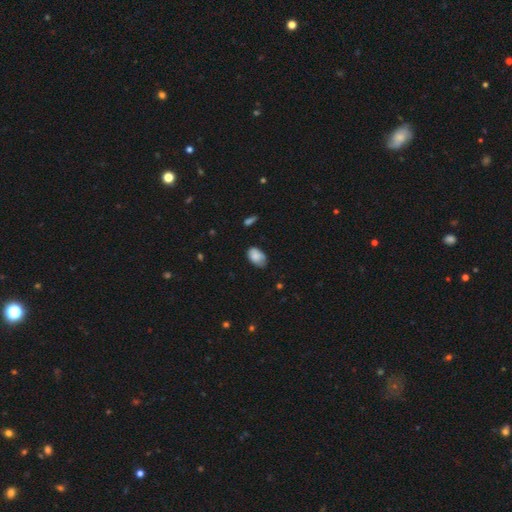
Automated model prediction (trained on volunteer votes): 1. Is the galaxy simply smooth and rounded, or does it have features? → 83% smooth, 9% featured or disk, 8% star or artifact.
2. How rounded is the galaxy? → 90% in between, 9% round, 1% cigar-shaped.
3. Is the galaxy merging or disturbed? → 61% none, 31% minor disturbance, 6% major disturbance, 2% merger.